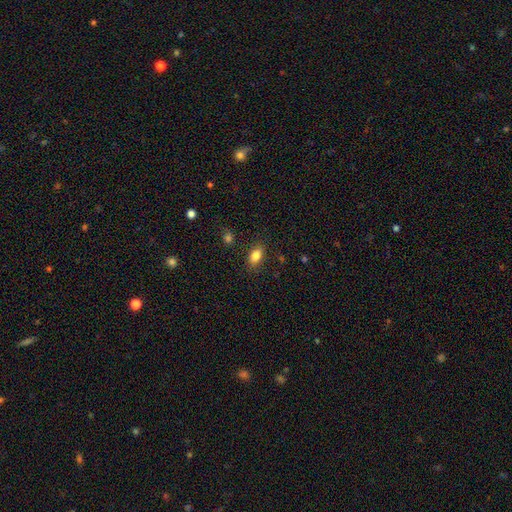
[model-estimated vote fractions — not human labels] smooth-or-featured: smooth: 84% | star or artifact: 9% | featured or disk: 7%
  how-rounded: in between: 87% | round: 8% | cigar-shaped: 5%
  merging: none: 85% | minor disturbance: 11% | major disturbance: 3% | merger: 2%